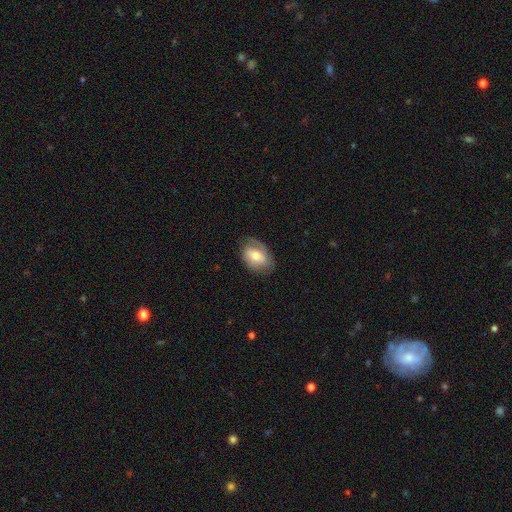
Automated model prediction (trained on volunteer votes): Smooth or featured? smooth (49%)
Merging? none (68%)